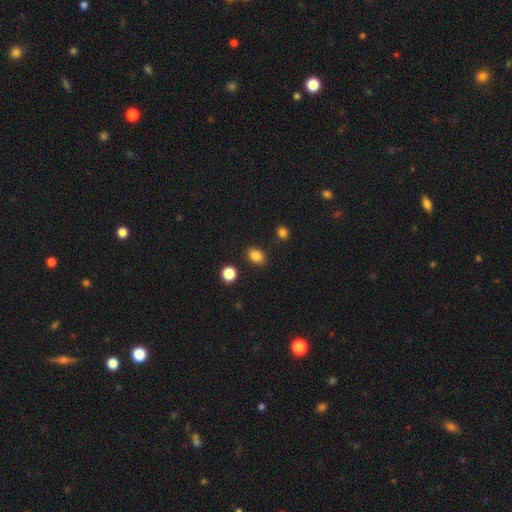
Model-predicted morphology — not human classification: A smooth galaxy with no disk features (85%) that is in between round and cigar-shaped (70%).

Vote fractions:
- Smooth or featured? smooth: 85% / star or artifact: 11% / featured or disk: 4%
- How rounded? in between: 70% / round: 29% / cigar-shaped: 1%
- Merging? none: 84% / minor disturbance: 10% / merger: 3% / major disturbance: 3%